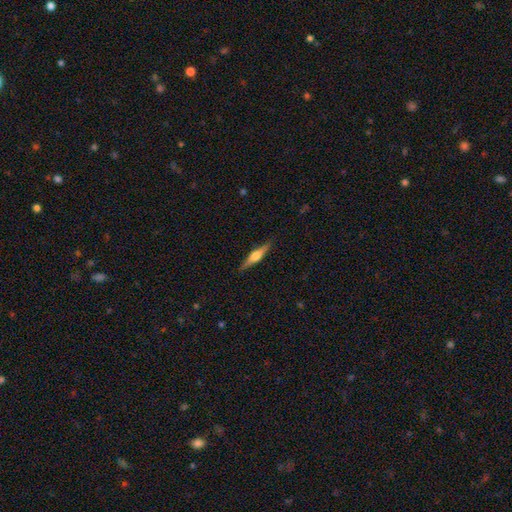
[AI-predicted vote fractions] Smooth or featured: featured or disk — 63% (smooth — 31%)
Edge-on disk: yes — 97% (no — 3%)
Edge-on bulge: rounded — 88% (boxy — 8%)
Merging: none — 88% (minor disturbance — 9%)